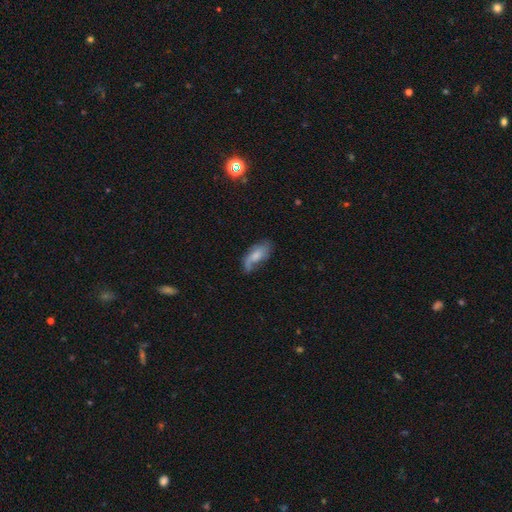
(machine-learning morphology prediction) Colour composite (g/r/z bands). It shows a smooth galaxy with no disk features (51%) that is in between round and cigar-shaped (81%). Merging: none (49%).